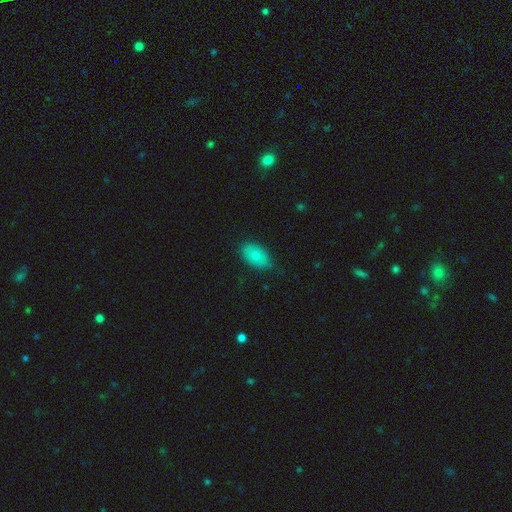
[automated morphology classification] smooth_or_featured: smooth (p=0.73) [alt: featured or disk p=0.20]
how_rounded: in between (p=0.90) [alt: round p=0.09]
merging: none (p=0.73) [alt: minor disturbance p=0.22]